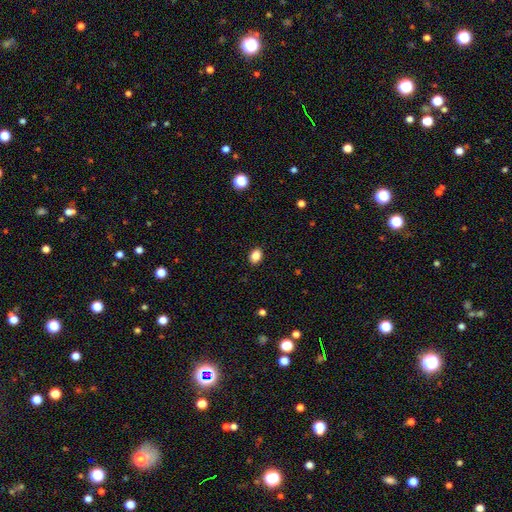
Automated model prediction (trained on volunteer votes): smooth_or_featured: smooth (p=0.87) [alt: star or artifact p=0.10]
how_rounded: in between (p=0.69) [alt: round p=0.30]
merging: none (p=0.90) [alt: minor disturbance p=0.07]